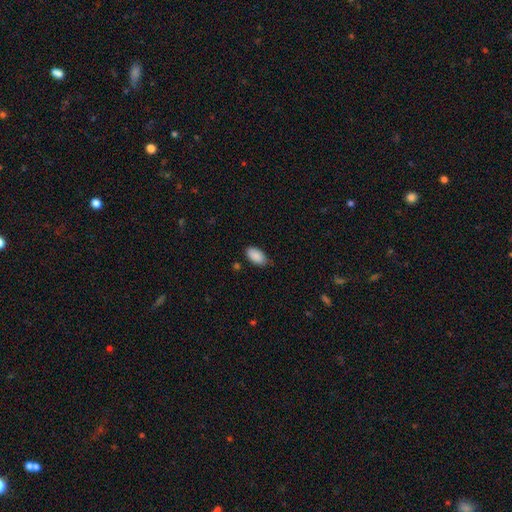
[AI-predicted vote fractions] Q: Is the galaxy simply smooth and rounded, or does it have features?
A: smooth — 89%.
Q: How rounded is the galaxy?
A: in between — 95%.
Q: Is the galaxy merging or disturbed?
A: none — 74%.